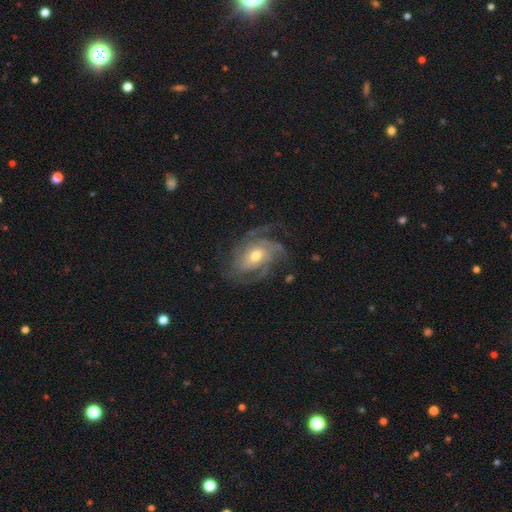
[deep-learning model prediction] smooth-or-featured: featured or disk: 88% | smooth: 7% | star or artifact: 5%
  disk-edge-on: no: 97% | yes: 3%
    bar: no: 63% | weak: 30% | strong: 7%
    has-spiral-arms: yes: 96% | no: 4%
      spiral-winding: tight: 49% | medium: 39% | loose: 12%
      spiral-arm-count: 3: 35% | can't tell: 21% | 2: 16% | 4: 15% | 1: 6% | more than 4: 6%
    bulge-size: moderate: 69% | small: 22% | large: 6% | none: 1% | dominant: 1%
  merging: none: 65% | minor disturbance: 19% | major disturbance: 15% | merger: 1%